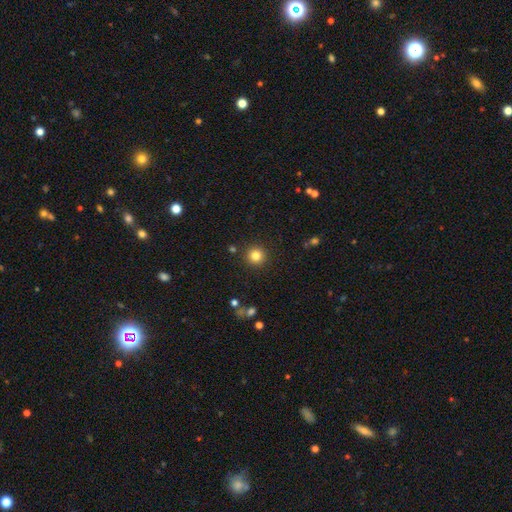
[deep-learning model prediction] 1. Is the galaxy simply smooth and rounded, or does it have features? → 83% smooth, 12% star or artifact, 6% featured or disk.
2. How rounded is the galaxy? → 95% round, 4% in between, 1% cigar-shaped.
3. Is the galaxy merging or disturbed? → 91% none, 5% minor disturbance, 2% major disturbance, 2% merger.